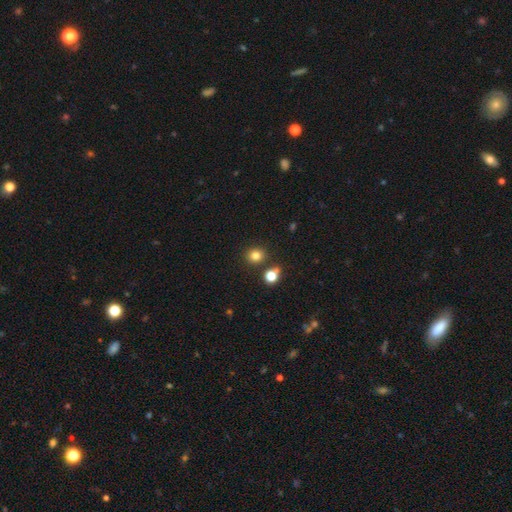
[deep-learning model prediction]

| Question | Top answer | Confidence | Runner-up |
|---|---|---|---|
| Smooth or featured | smooth | 81% | star or artifact (14%) |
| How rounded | round | 80% | in between (19%) |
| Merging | none | 81% | minor disturbance (8%) |